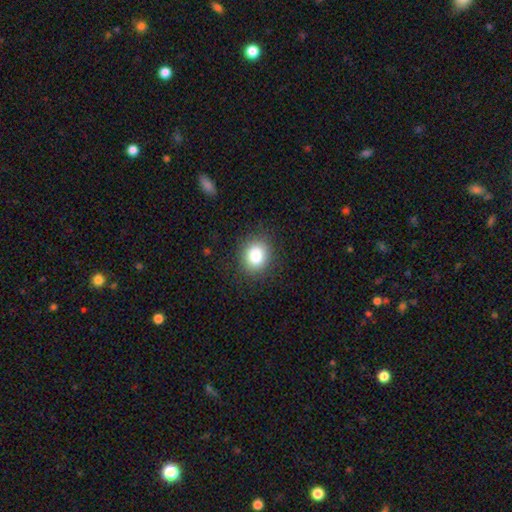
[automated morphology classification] Q: Smooth or featured?
A: smooth (83%); runner-up: star or artifact (10%)
Q: How rounded?
A: round (64%); runner-up: in between (35%)
Q: Merging?
A: none (87%); runner-up: minor disturbance (9%)